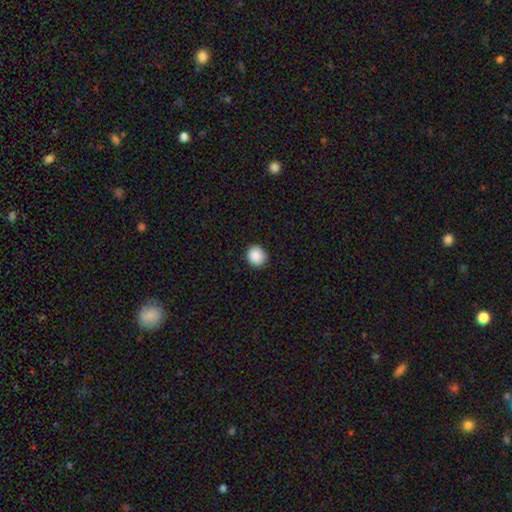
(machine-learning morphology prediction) type=smooth (89%); roundness=round (84%); merging=none (90%).